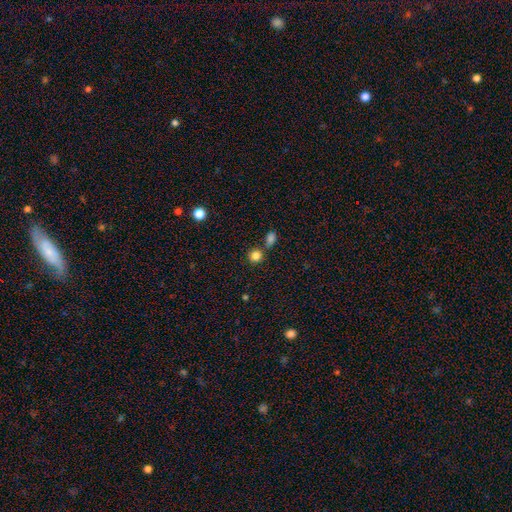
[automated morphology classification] A smooth galaxy with no disk features (83%) that is round (88%).

Vote fractions:
- Smooth or featured? smooth: 83% / star or artifact: 12% / featured or disk: 5%
- How rounded? round: 88% / in between: 11% / cigar-shaped: 1%
- Merging? none: 68% / merger: 19% / minor disturbance: 10% / major disturbance: 3%